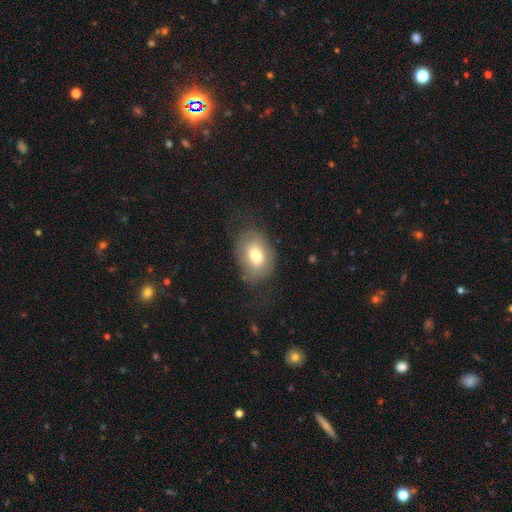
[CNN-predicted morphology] A smooth galaxy with no disk features (72%) that is in between round and cigar-shaped (77%). Merging: none (64%).